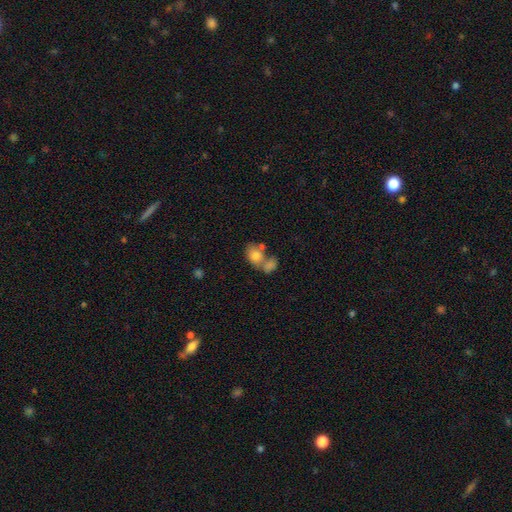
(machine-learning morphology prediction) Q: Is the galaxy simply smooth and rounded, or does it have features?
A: smooth — 77%.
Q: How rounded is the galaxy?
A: in between — 68%.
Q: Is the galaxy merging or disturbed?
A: merger — 50%.